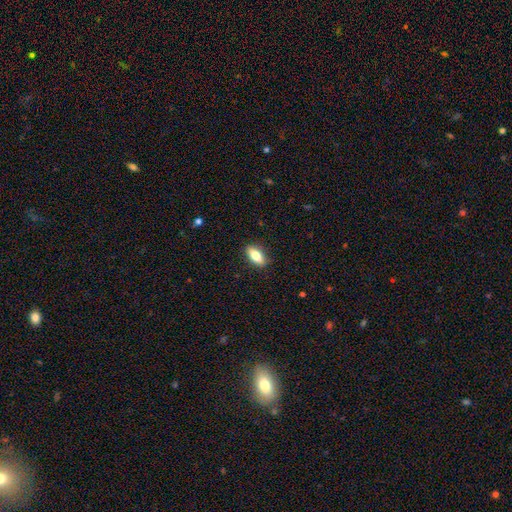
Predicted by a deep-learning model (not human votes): Overall: smooth (73%). How rounded: in between (81%). Merging: none (88%).